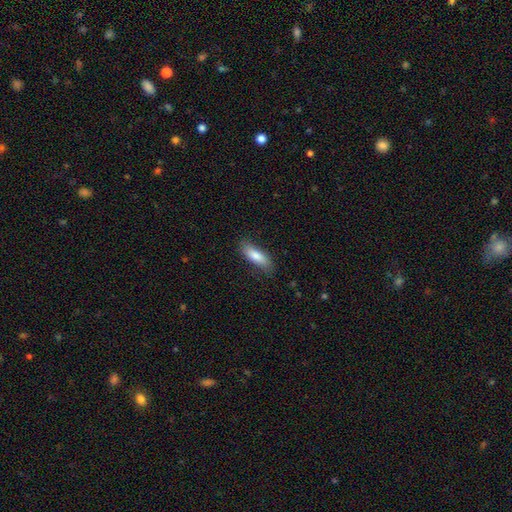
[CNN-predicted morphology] A smooth galaxy with no disk features (80%) that is in between round and cigar-shaped (62%).

Vote fractions:
- Smooth or featured? smooth: 80% / featured or disk: 14% / star or artifact: 6%
- How rounded? in between: 62% / cigar-shaped: 36% / round: 2%
- Merging? none: 80% / minor disturbance: 16% / major disturbance: 3% / merger: 1%